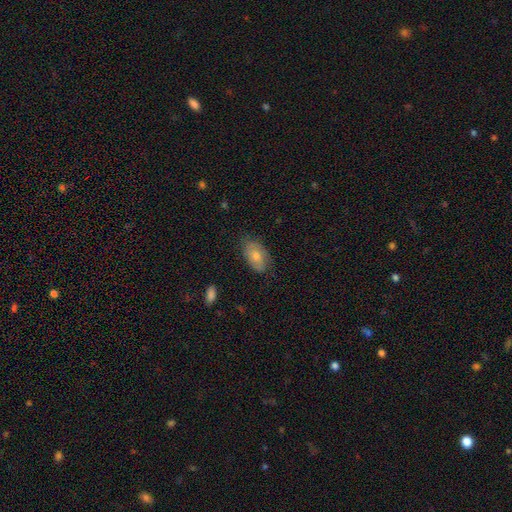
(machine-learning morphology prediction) This is possibly a smooth galaxy (59%). How rounded: clearly in between (91%). Merging: likely none (74%).